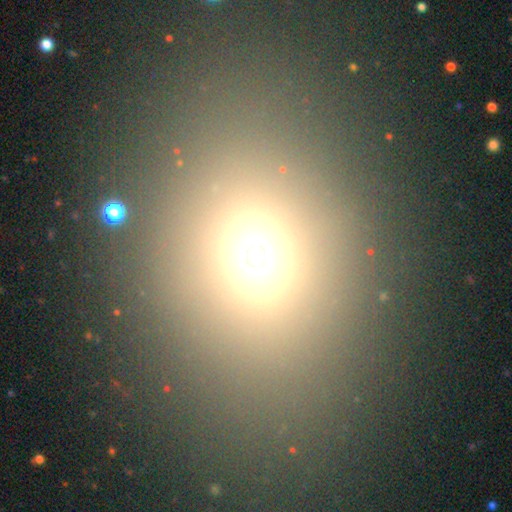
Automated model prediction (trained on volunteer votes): This appears to be a smooth galaxy with no disk features (59%) that is round (58%). Merging: none (81%).